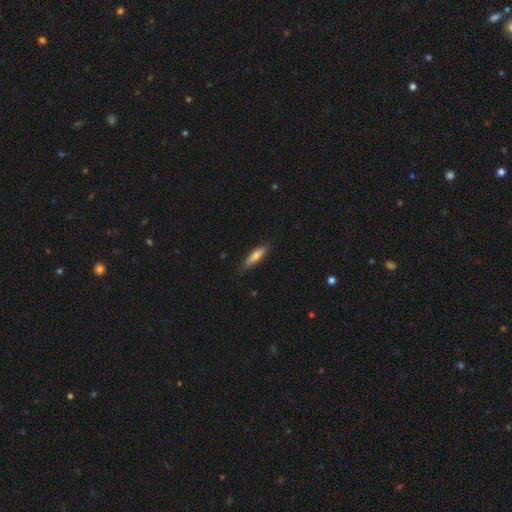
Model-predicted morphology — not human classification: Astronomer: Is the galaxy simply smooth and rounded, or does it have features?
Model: smooth — 72%.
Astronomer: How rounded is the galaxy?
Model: cigar-shaped — 72%.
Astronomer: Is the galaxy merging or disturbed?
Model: none — 83%.